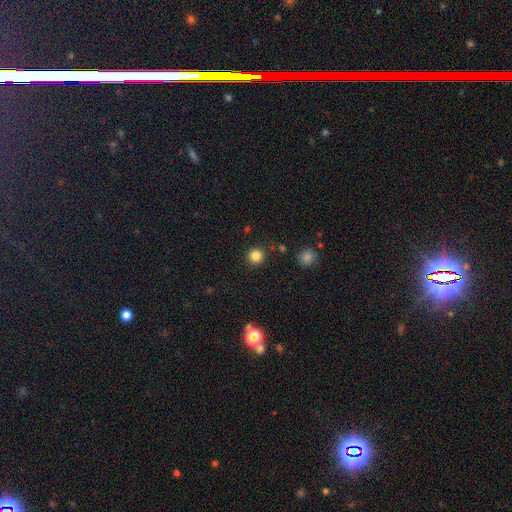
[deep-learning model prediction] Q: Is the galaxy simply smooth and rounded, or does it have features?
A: smooth — 83%.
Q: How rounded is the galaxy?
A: round — 94%.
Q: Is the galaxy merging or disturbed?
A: none — 90%.